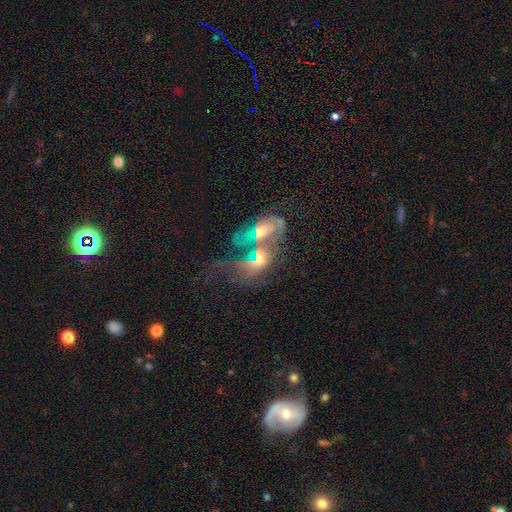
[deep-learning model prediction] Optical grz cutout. It shows a featured or disk galaxy (66%) with no bar (68%), spiral arms (59%) and a moderate central bulge (55%). Merging: merger (75%).